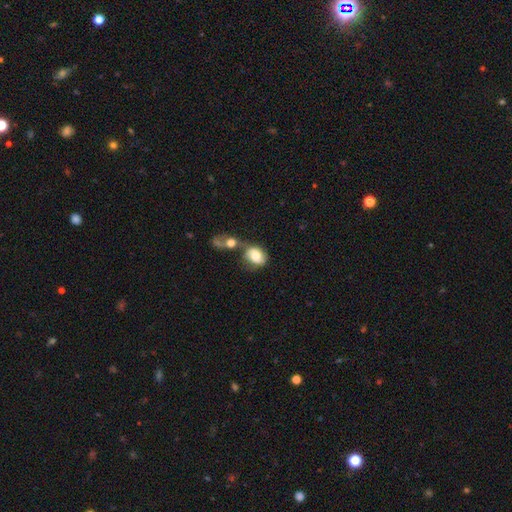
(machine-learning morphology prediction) A smooth galaxy with no disk features (63%) that is round (49%, tied with in between).

Vote fractions:
- Smooth or featured? smooth: 63% / featured or disk: 28% / star or artifact: 8%
- How rounded? round: 49% (tied) / in between: 49% (tied) / cigar-shaped: 1%
- Merging? merger: 49% / none: 26% / minor disturbance: 13% / major disturbance: 12%